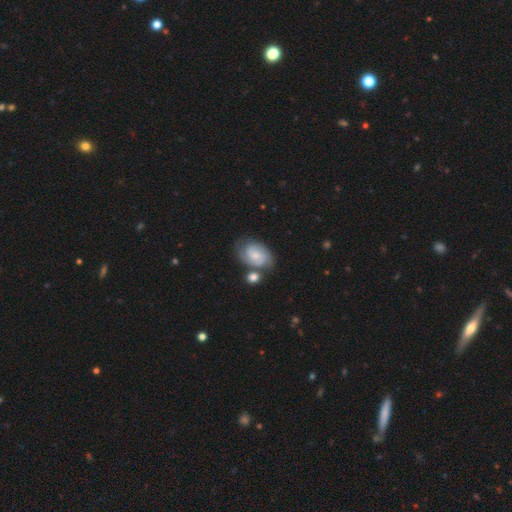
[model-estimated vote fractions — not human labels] smooth-or-featured: featured or disk: 63% | smooth: 30% | star or artifact: 7%
  disk-edge-on: no: 97% | yes: 3%
    bar: no: 62% | weak: 33% | strong: 5%
    has-spiral-arms: yes: 91% | no: 9%
      spiral-winding: tight: 47% | medium: 40% | loose: 13%
      spiral-arm-count: 2: 66% | can't tell: 18% | 3: 8% | 1: 3% | 4: 2% | more than 4: 2%
    bulge-size: small: 65% | moderate: 26% | none: 6% | large: 2% | dominant: 1%
  merging: none: 59% | minor disturbance: 18% | merger: 16% | major disturbance: 6%